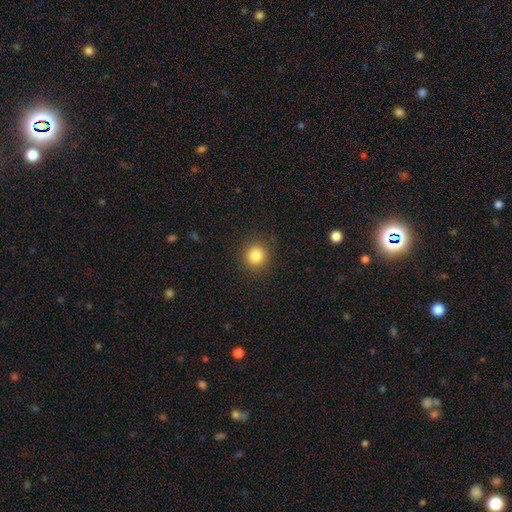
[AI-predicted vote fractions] Smooth or featured? Predicted: smooth (p=0.84). How rounded? Predicted: round (p=0.91). Merging? Predicted: none (p=0.90).